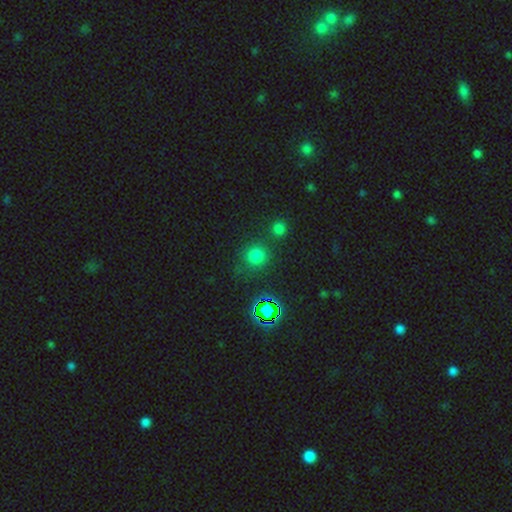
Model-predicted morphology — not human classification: The model was most divided on "smooth or featured": smooth: 67%, star or artifact: 27%, featured or disk: 6%. More confident: how rounded — round (90%); merging — none (77%).